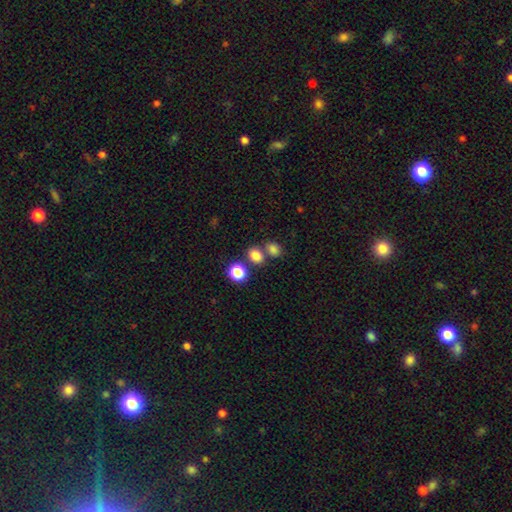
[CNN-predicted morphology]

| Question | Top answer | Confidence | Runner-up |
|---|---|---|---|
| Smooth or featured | smooth | 79% | star or artifact (15%) |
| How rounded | round | 54% | in between (45%) |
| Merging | none | 61% | merger (26%) |